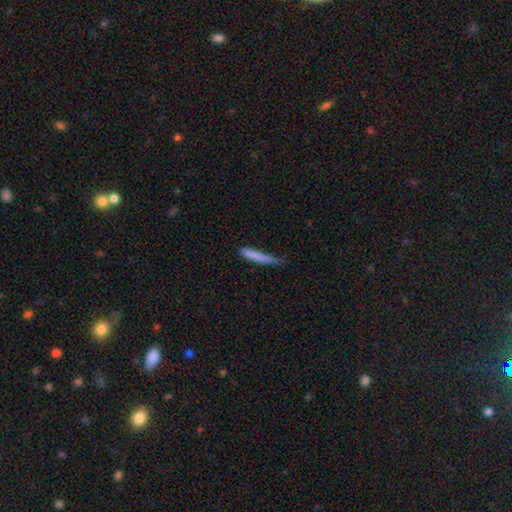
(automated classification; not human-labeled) smooth_or_featured: smooth (p=0.80) [alt: featured or disk p=0.13]
how_rounded: cigar-shaped (p=0.93) [alt: in between p=0.05]
merging: none (p=0.59) [alt: minor disturbance p=0.31]